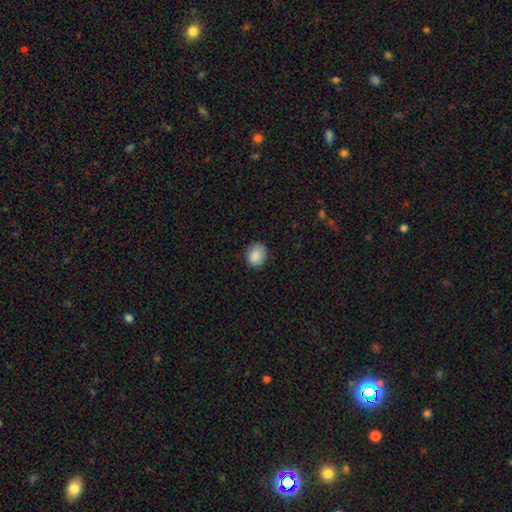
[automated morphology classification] smooth 88%, star or artifact 8%, featured or disk 4%. Down the decision tree: how rounded — round (50%); merging — none (80%).